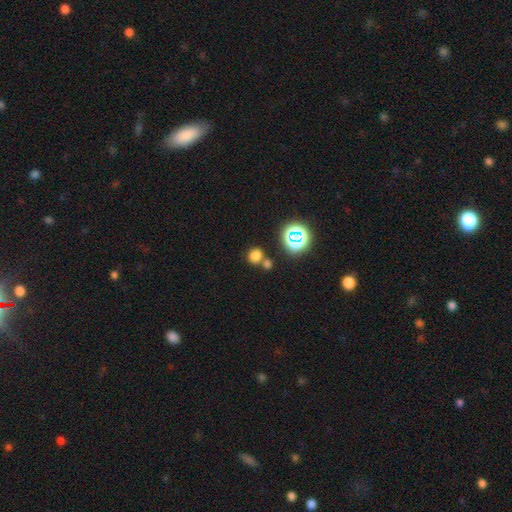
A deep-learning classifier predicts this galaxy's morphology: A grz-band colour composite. It shows a smooth galaxy with no disk features (71%) that is round (71%). Merging: none (58%).